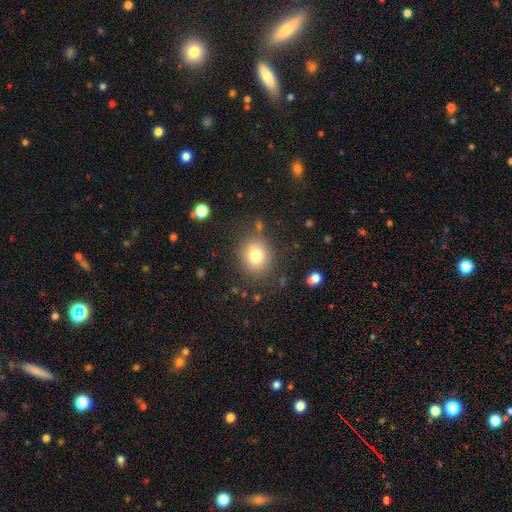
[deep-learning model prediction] This is likely a smooth galaxy (78%). How rounded: likely round (75%). Merging: clearly none (80%).